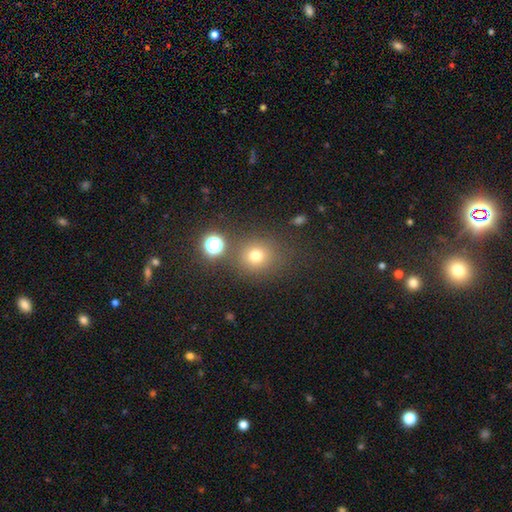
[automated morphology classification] smooth 73%, star or artifact 19%, featured or disk 8%. Down the decision tree: how rounded — round (86%); merging — none (78%).